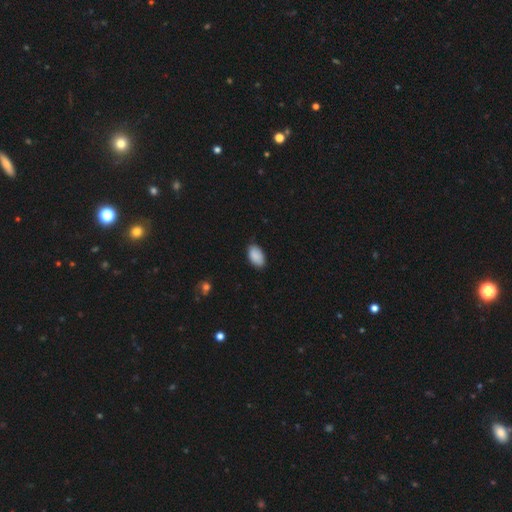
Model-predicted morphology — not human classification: Smooth or featured? Predicted: smooth (p=0.89). How rounded? Predicted: in between (p=0.94). Merging? Predicted: none (p=0.81).